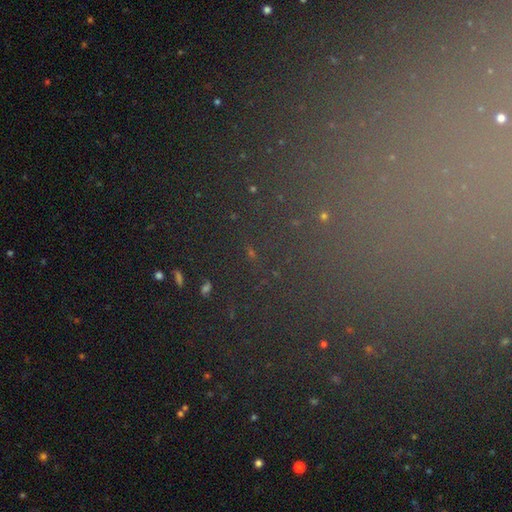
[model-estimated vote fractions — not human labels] smooth-or-featured: star or artifact: 75% | smooth: 14% | featured or disk: 11%